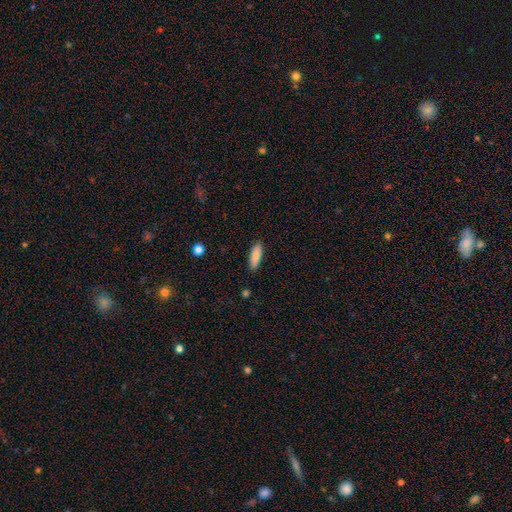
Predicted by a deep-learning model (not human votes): smooth 85%, featured or disk 8%, star or artifact 6%. Down the decision tree: how rounded — in between (54%); merging — none (88%).